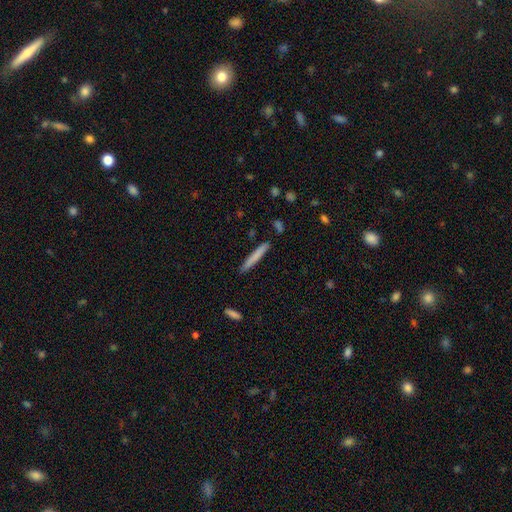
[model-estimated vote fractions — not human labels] Q: Smooth or featured?
A: smooth (75%); runner-up: featured or disk (20%)
Q: How rounded?
A: cigar-shaped (96%); runner-up: in between (2%)
Q: Merging?
A: none (90%); runner-up: minor disturbance (7%)